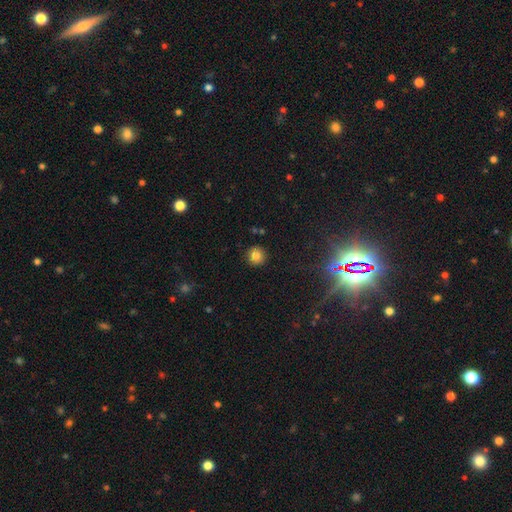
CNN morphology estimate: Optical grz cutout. It shows a smooth galaxy with no disk features (82%) that is round (93%). Merging: none (90%).